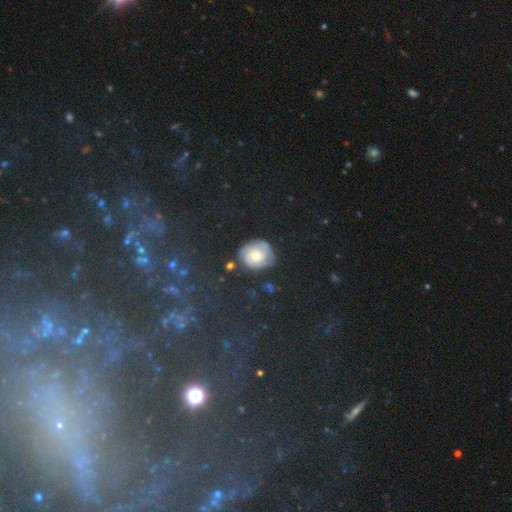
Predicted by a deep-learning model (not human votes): Smooth or featured? Predicted: featured or disk (p=0.43). Merging? Predicted: none (p=0.69).